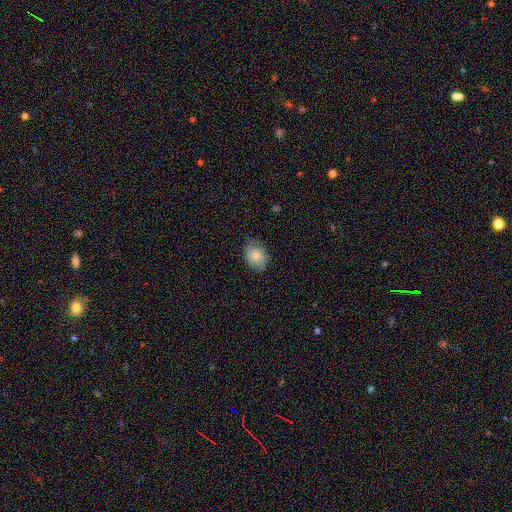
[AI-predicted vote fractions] smooth-or-featured: smooth: 73% | featured or disk: 19% | star or artifact: 8%
  how-rounded: in between: 64% | round: 34% | cigar-shaped: 1%
  merging: none: 72% | minor disturbance: 22% | major disturbance: 5% | merger: 1%